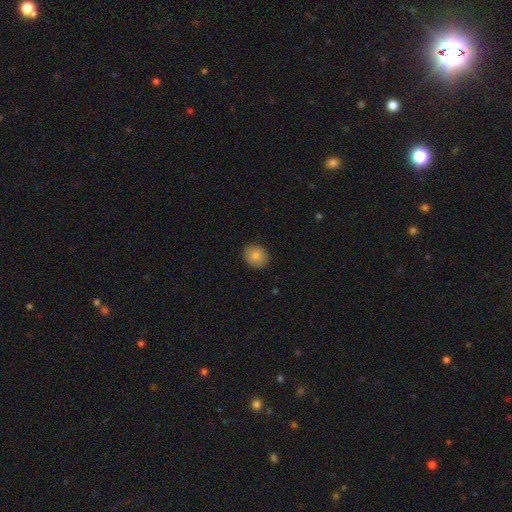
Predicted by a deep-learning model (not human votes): Smooth or featured? smooth (84%)
How rounded? round (72%)
Merging? none (90%)